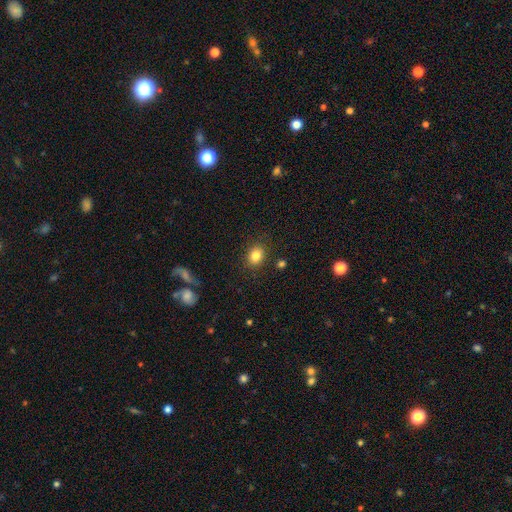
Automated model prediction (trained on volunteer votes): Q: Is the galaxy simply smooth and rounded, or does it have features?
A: smooth — 83%.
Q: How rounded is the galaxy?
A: in between — 53%.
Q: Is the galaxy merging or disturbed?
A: none — 86%.